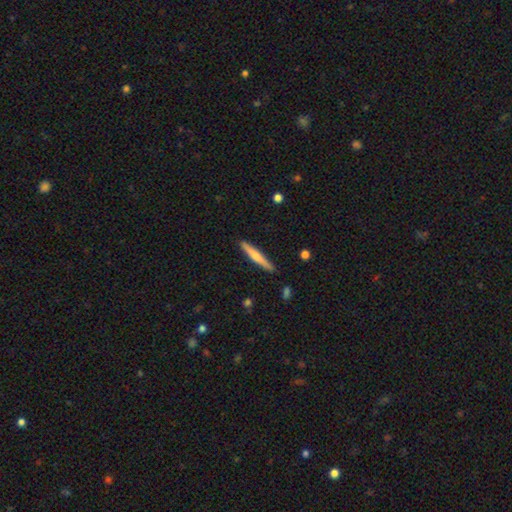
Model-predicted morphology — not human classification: smooth-or-featured: smooth: 51% | featured or disk: 44% | star or artifact: 6%
  how-rounded: cigar-shaped: 94% | in between: 5% | round: 1%
  merging: none: 89% | minor disturbance: 8% | major disturbance: 2% | merger: 1%